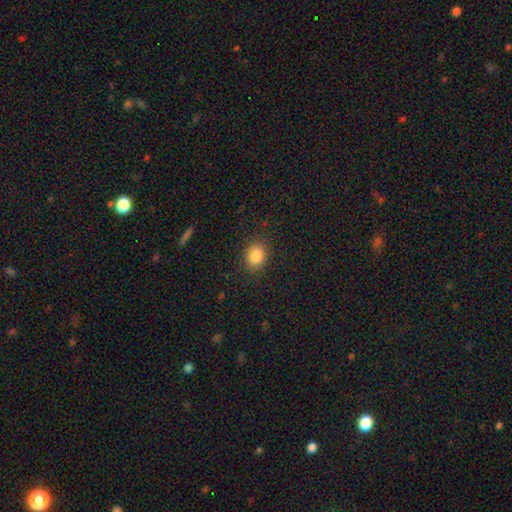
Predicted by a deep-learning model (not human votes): This appears to be a smooth galaxy with no disk features (85%) that is round (52%). Merging: none (88%).